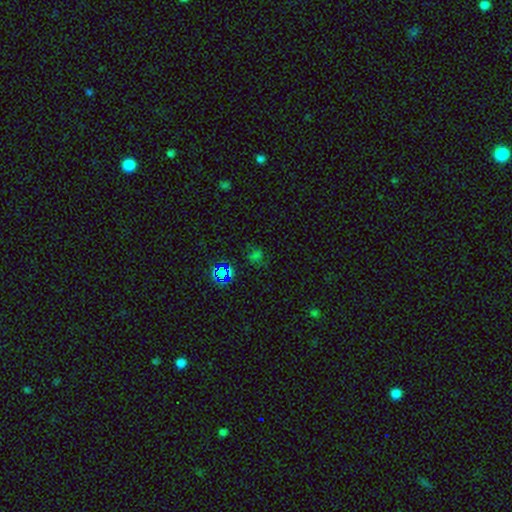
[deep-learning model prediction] Q: Smooth or featured?
A: smooth (49%); runner-up: star or artifact (44%)
Q: Merging?
A: none (72%); runner-up: minor disturbance (17%)